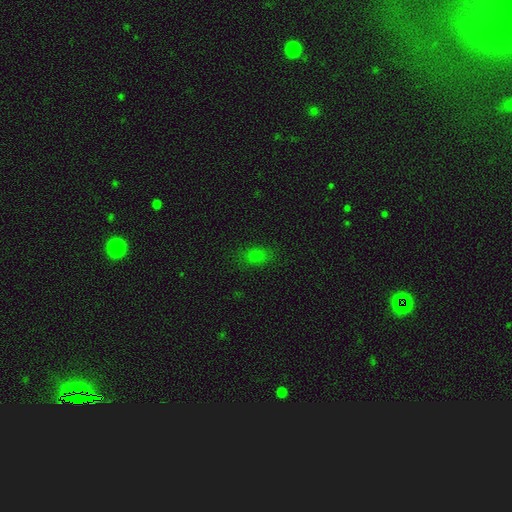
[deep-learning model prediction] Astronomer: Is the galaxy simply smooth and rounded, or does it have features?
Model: smooth — 72%.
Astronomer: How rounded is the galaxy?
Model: in between — 76%.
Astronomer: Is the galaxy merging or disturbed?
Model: none — 83%.